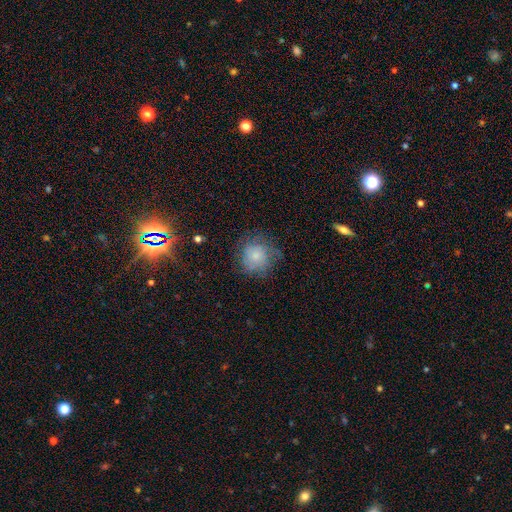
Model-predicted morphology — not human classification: This is likely a smooth galaxy (67%). How rounded: clearly round (90%). Merging: likely none (67%).